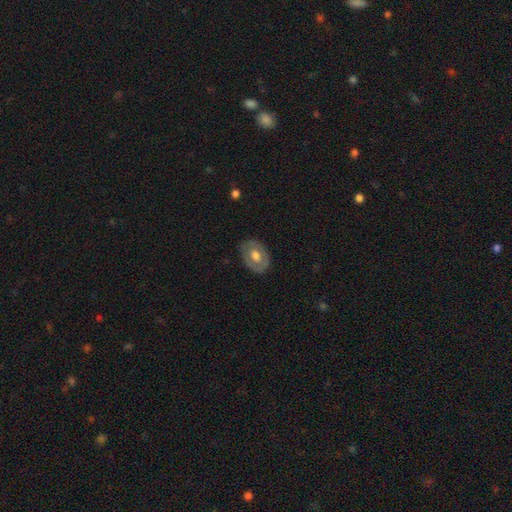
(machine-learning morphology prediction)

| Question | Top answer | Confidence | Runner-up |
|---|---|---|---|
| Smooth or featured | smooth | 48% | featured or disk (46%) |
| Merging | none | 79% | minor disturbance (16%) |